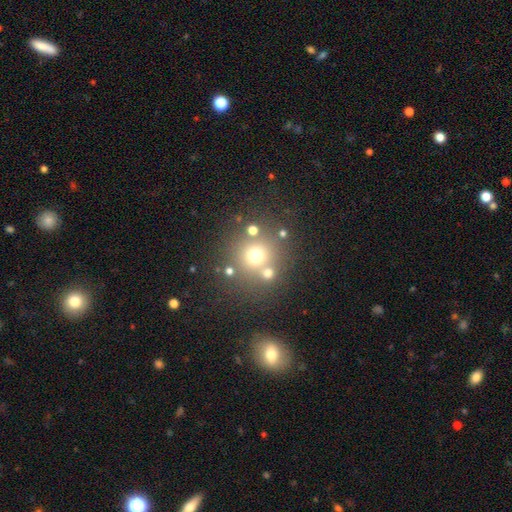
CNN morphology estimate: A smooth galaxy with no disk features (66%) that is round (91%). Merging: none (70%).